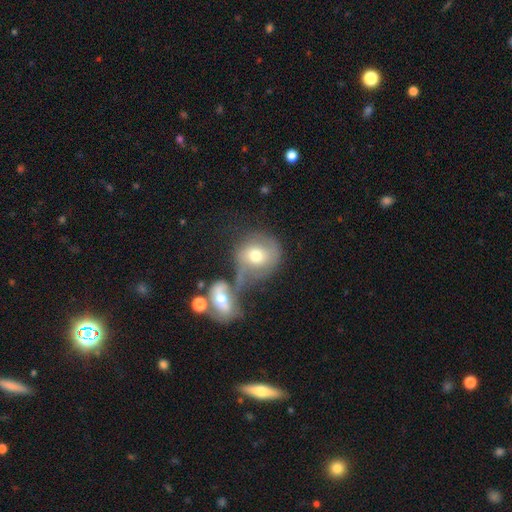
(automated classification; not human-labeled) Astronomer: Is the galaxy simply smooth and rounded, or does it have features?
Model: smooth — 55% (runner-up: featured or disk, 36%).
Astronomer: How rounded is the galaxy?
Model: round — 71%.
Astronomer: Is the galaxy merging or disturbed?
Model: merger — 52% (runner-up: none, 27%).